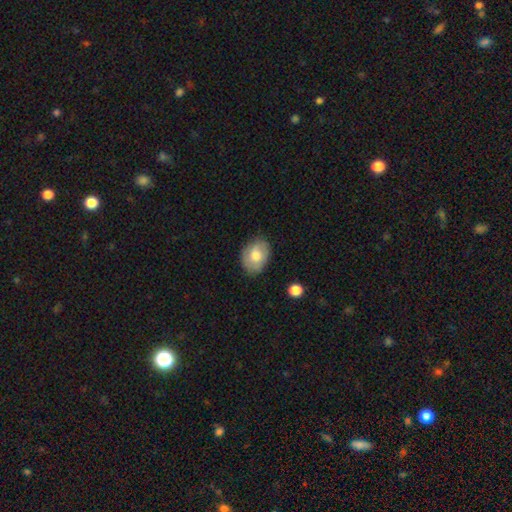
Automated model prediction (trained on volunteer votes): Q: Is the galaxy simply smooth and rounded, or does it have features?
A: smooth — 66%.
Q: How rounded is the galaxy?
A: in between — 70%.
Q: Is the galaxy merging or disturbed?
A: none — 75%.